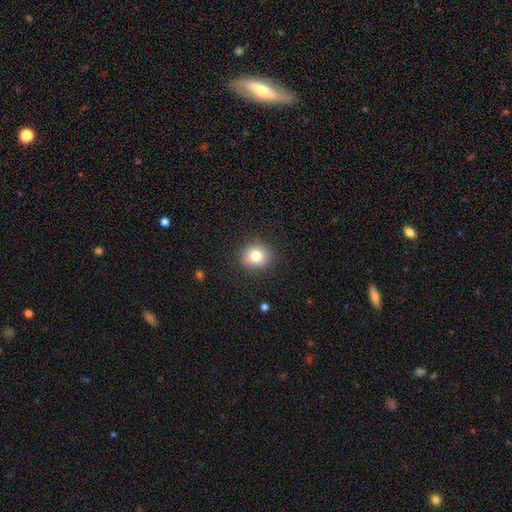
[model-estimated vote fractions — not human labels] A smooth galaxy with no disk features (80%) that is round (79%).

Vote fractions:
- Smooth or featured? smooth: 80% / star or artifact: 10% / featured or disk: 9%
- How rounded? round: 79% / in between: 20% / cigar-shaped: 1%
- Merging? none: 88% / minor disturbance: 8% / major disturbance: 3% / merger: 1%